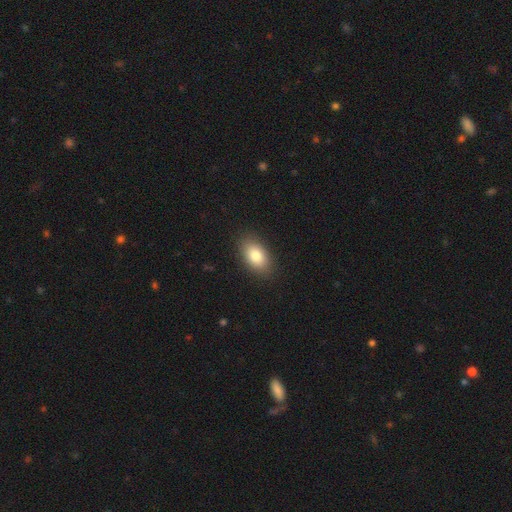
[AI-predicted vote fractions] A smooth galaxy with no disk features (83%) that is in between round and cigar-shaped (90%).

Vote fractions:
- Smooth or featured? smooth: 83% / featured or disk: 10% / star or artifact: 8%
- How rounded? in between: 90% / round: 8% / cigar-shaped: 2%
- Merging? none: 87% / minor disturbance: 9% / major disturbance: 2% / merger: 1%